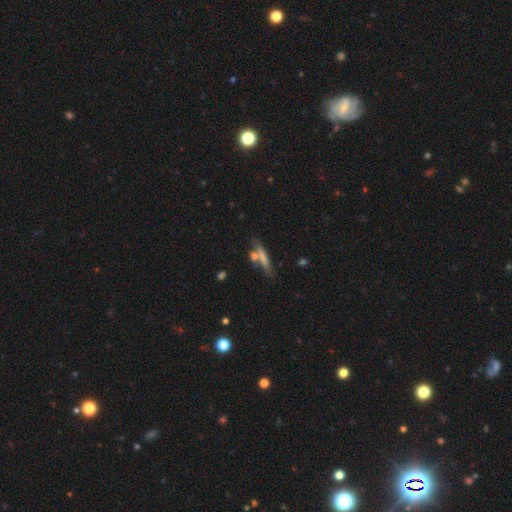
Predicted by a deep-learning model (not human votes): The model was most divided on "smooth or featured": smooth: 59%, featured or disk: 33%, star or artifact: 9%. More confident: how rounded — cigar-shaped (81%); merging — none (57%).